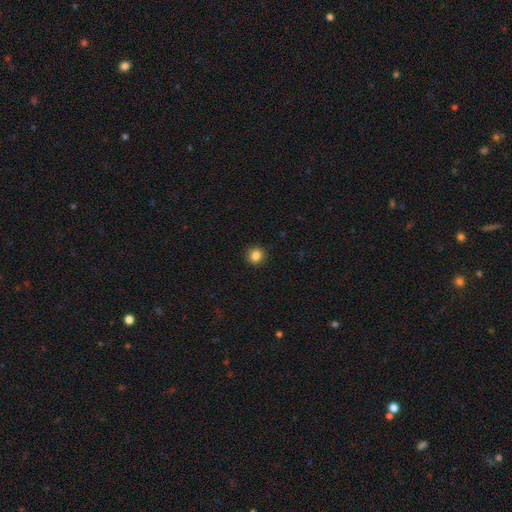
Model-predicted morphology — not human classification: type=smooth (84%); roundness=round (91%); merging=none (92%).